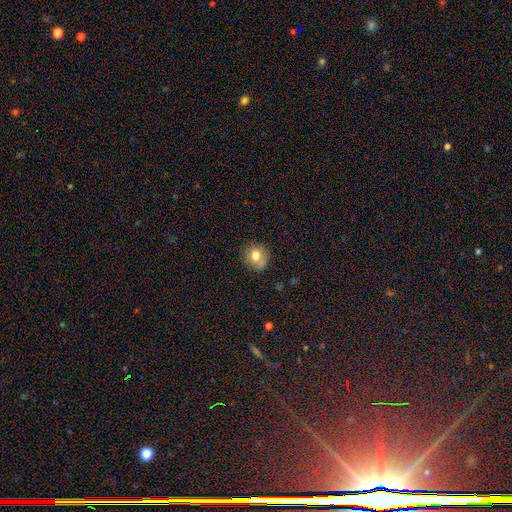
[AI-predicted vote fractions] Q: Smooth or featured?
A: smooth (76%); runner-up: featured or disk (14%)
Q: How rounded?
A: round (83%); runner-up: in between (16%)
Q: Merging?
A: none (72%); runner-up: minor disturbance (18%)